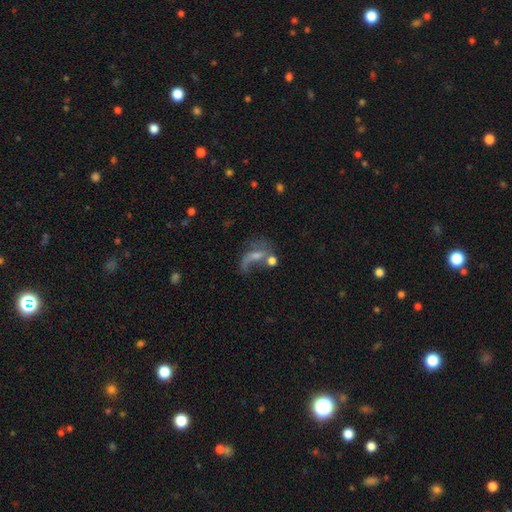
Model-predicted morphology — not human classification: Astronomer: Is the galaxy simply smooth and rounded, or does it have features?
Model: featured or disk — 60%.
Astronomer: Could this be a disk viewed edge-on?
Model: no — 92%.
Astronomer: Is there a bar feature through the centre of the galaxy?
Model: no — 52% (runner-up: weak, 35%).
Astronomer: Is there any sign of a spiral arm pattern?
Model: yes — 70%.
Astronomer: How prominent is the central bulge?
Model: small — 45% (runner-up: moderate, 32%).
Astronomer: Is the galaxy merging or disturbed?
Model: major disturbance — 31% (runner-up: none, 30%).